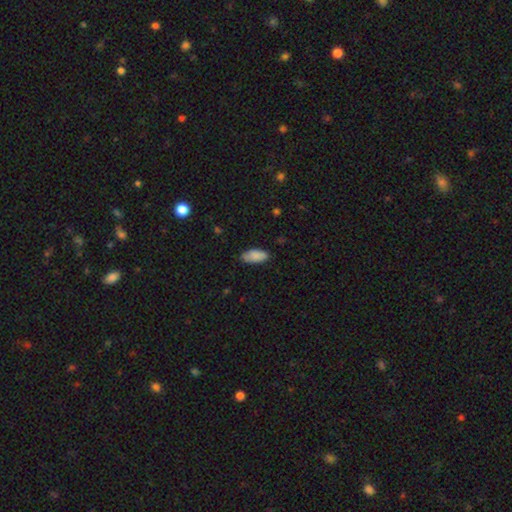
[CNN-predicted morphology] A smooth galaxy with no disk features (87%) that is in between round and cigar-shaped (90%).

Vote fractions:
- Smooth or featured? smooth: 87% / star or artifact: 6% / featured or disk: 6%
- How rounded? in between: 90% / cigar-shaped: 8% / round: 2%
- Merging? none: 79% / minor disturbance: 17% / major disturbance: 3% / merger: 1%